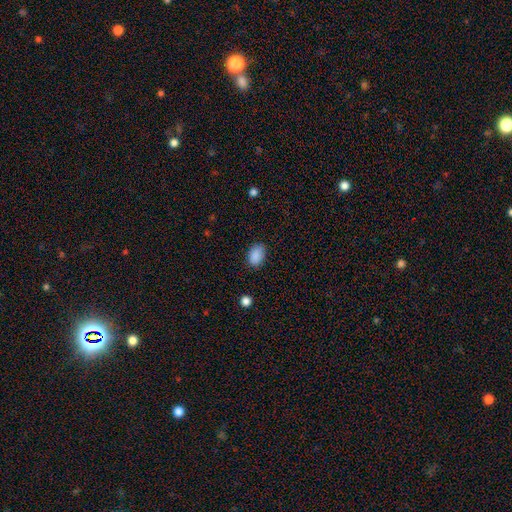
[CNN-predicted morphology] A smooth galaxy with no disk features (89%) that is in between round and cigar-shaped (86%).

Vote fractions:
- Smooth or featured? smooth: 89% / star or artifact: 8% / featured or disk: 3%
- How rounded? in between: 86% / round: 13% / cigar-shaped: 1%
- Merging? none: 83% / minor disturbance: 13% / major disturbance: 3% / merger: 1%